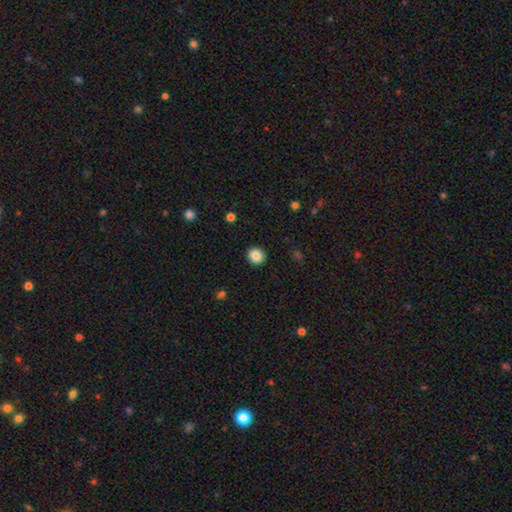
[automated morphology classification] A smooth galaxy with no disk features (86%) that is round (86%). Merging: none (92%).